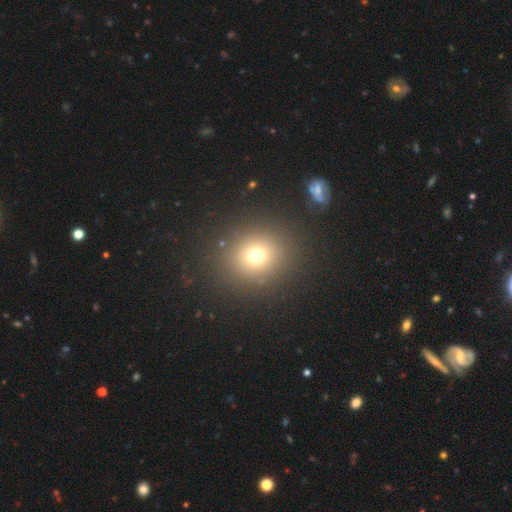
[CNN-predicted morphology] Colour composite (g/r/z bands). It shows a smooth galaxy with no disk features (71%) that is round (81%). Merging: none (86%).